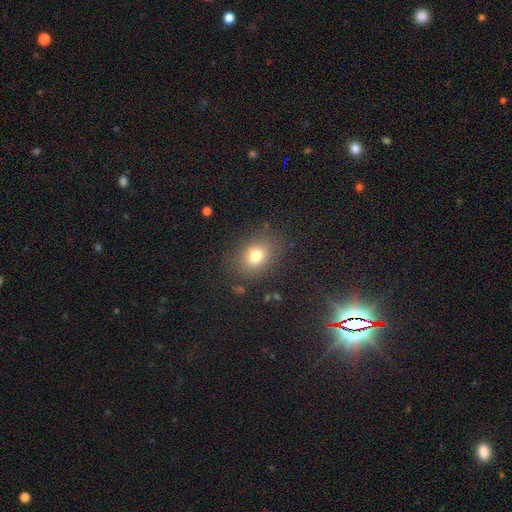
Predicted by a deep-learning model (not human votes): Smooth or featured? Predicted: smooth (p=0.76). How rounded? Predicted: in between (p=0.55). Merging? Predicted: none (p=0.81).